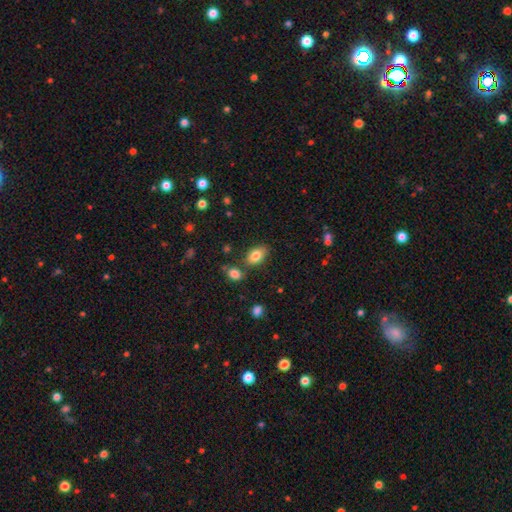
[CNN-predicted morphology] Smooth or featured: smooth — 81% (featured or disk — 11%)
How rounded: in between — 90% (round — 8%)
Merging: none — 76% (minor disturbance — 13%)